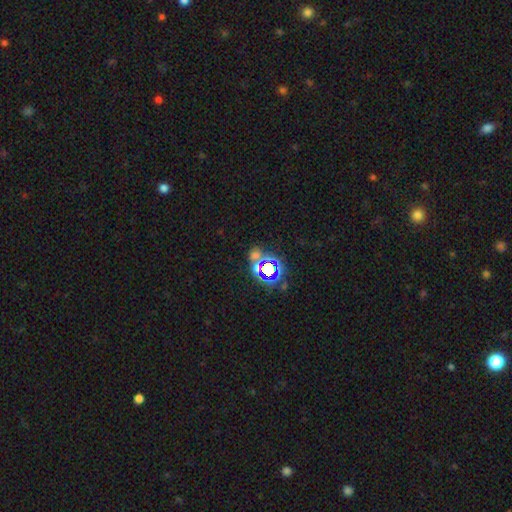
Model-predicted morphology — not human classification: Smooth or featured: star or artifact — 59% (smooth — 32%)